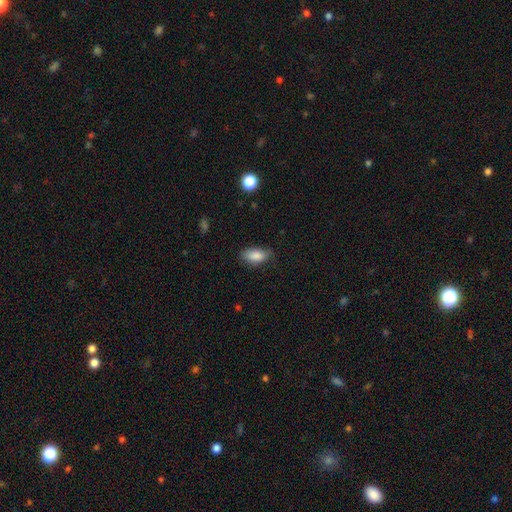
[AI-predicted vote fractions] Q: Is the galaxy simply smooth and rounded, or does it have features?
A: smooth — 87%.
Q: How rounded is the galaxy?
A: in between — 90%.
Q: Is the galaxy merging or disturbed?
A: none — 76%.